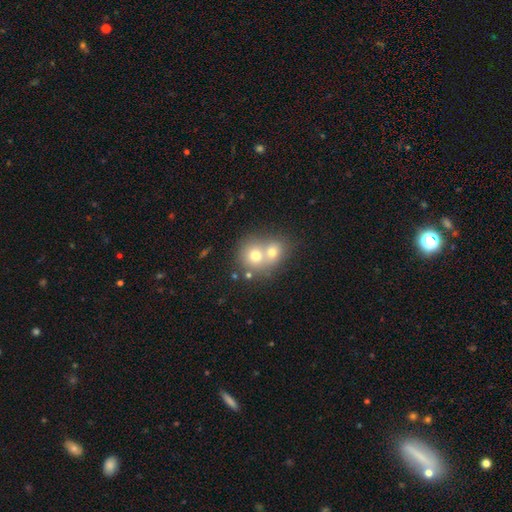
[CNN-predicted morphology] This appears to be a smooth galaxy with no disk features (68%) that is round (77%). Merging: merger (67%).